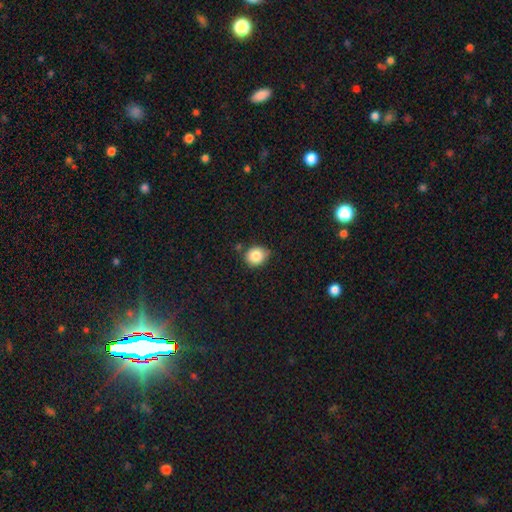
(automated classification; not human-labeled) smooth 84%, star or artifact 10%, featured or disk 6%. Down the decision tree: how rounded — round (71%); merging — none (74%).